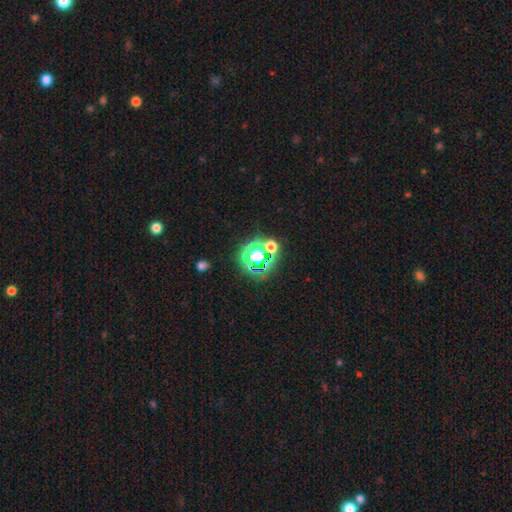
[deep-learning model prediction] Smooth or featured? Predicted: star or artifact (p=0.57).